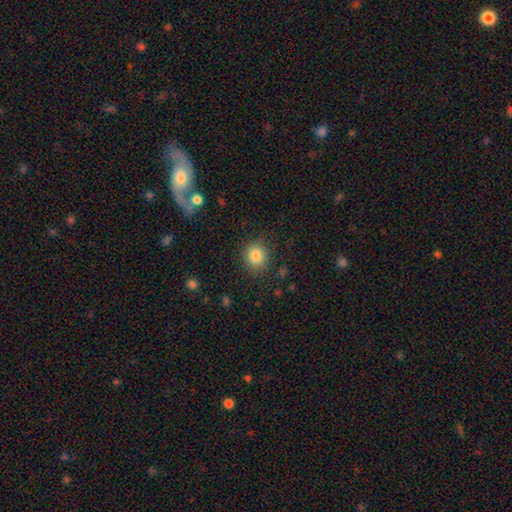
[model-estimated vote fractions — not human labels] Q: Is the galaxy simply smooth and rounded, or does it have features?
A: smooth — 83%.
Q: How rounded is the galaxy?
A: round — 83%.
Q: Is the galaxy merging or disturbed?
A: none — 87%.